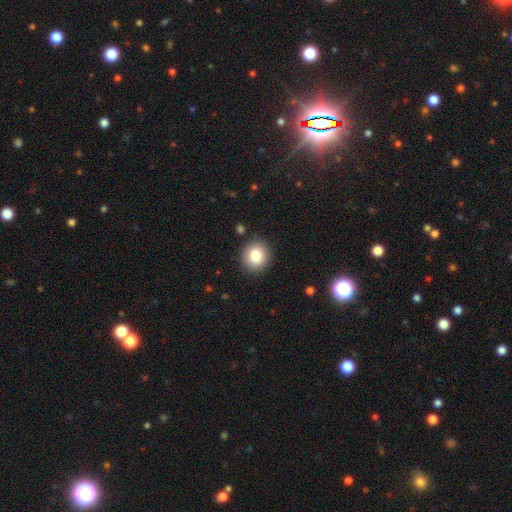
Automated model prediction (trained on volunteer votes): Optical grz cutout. It shows a smooth galaxy with no disk features (83%) that is round (82%). Merging: none (89%).